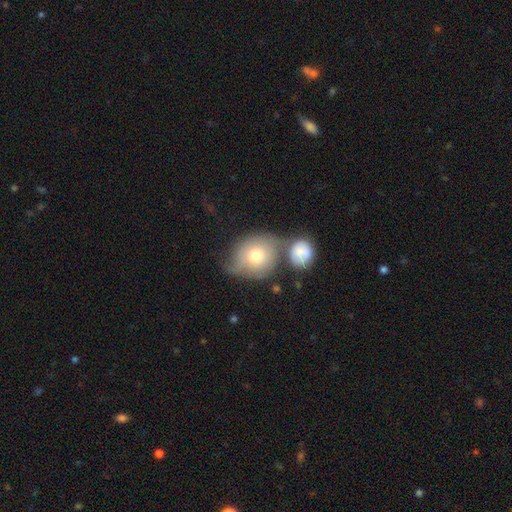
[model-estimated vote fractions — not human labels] A smooth galaxy with no disk features (63%) that is round (77%). Merging: none (35%).